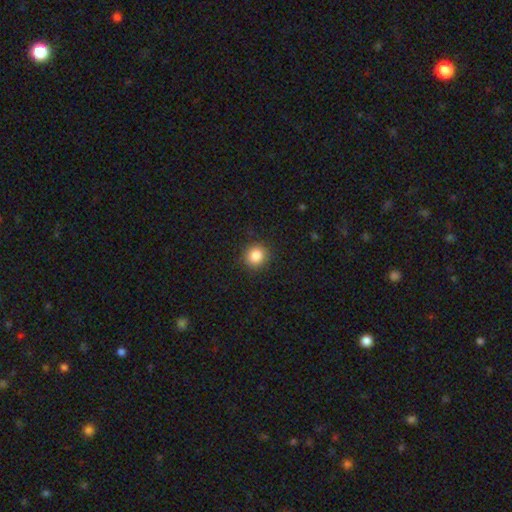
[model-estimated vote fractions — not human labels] Smooth or featured: smooth — 86% (star or artifact — 10%)
How rounded: round — 89% (in between — 10%)
Merging: none — 89% (minor disturbance — 7%)